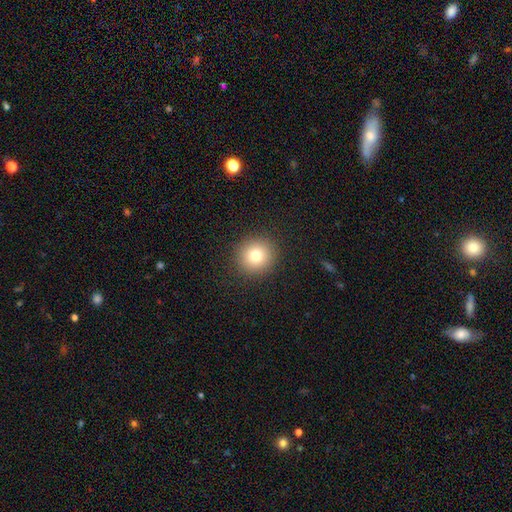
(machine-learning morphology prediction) Smooth or featured? smooth (79%)
How rounded? round (92%)
Merging? none (91%)